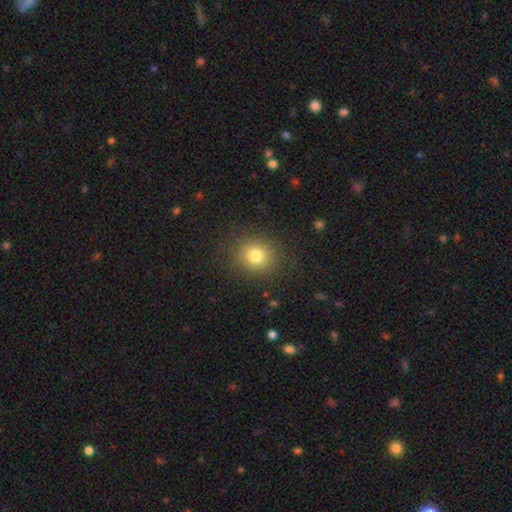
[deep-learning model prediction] Smooth or featured: smooth — 78% (star or artifact — 13%)
How rounded: round — 81% (in between — 18%)
Merging: none — 86% (minor disturbance — 8%)